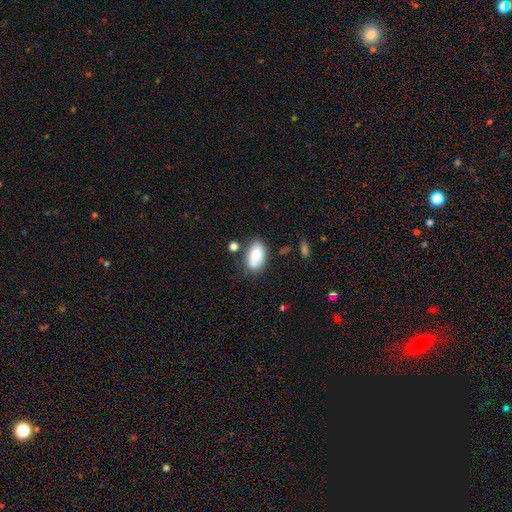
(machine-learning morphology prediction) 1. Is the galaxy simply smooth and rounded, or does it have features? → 79% smooth, 13% featured or disk, 7% star or artifact.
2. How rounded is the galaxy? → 92% in between, 6% round, 2% cigar-shaped.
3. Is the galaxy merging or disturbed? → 62% none, 20% minor disturbance, 12% merger, 5% major disturbance.